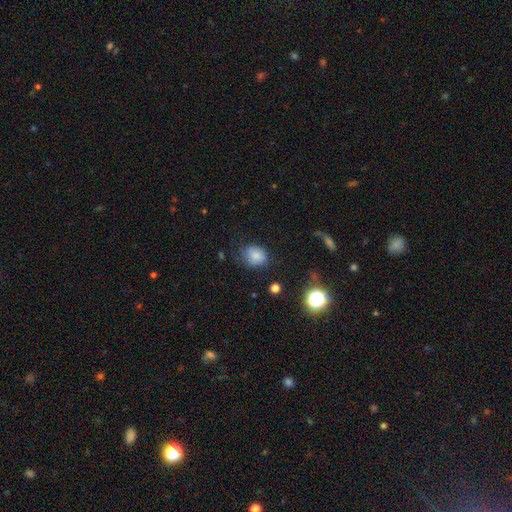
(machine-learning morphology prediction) smooth-or-featured: smooth: 79% | star or artifact: 11% | featured or disk: 10%
  how-rounded: round: 56% | in between: 43% | cigar-shaped: 1%
  merging: none: 63% | minor disturbance: 26% | major disturbance: 9% | merger: 2%